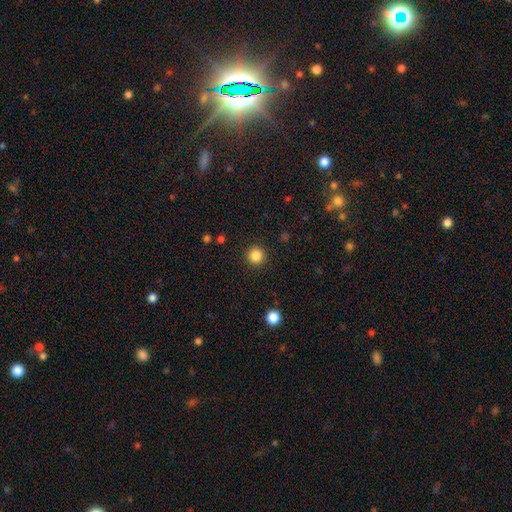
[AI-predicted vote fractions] This is clearly a smooth galaxy (84%). How rounded: clearly round (95%). Merging: clearly none (92%).